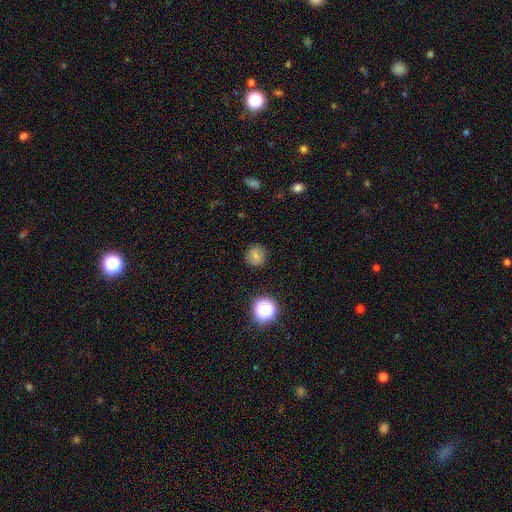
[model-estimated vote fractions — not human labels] This is likely a smooth galaxy (73%). How rounded: clearly round (89%). Merging: clearly none (87%).